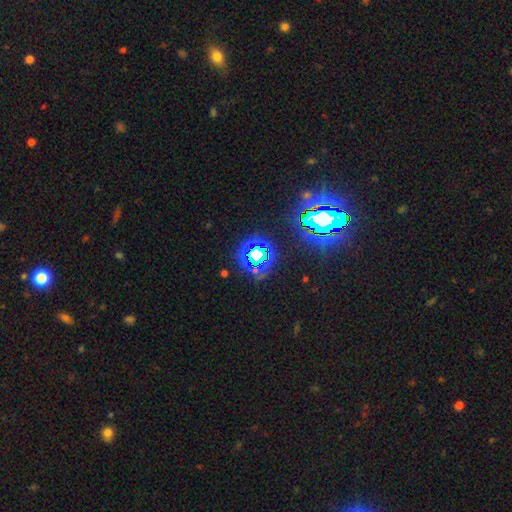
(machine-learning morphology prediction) Q: Smooth or featured?
A: star or artifact (74%); runner-up: smooth (15%)